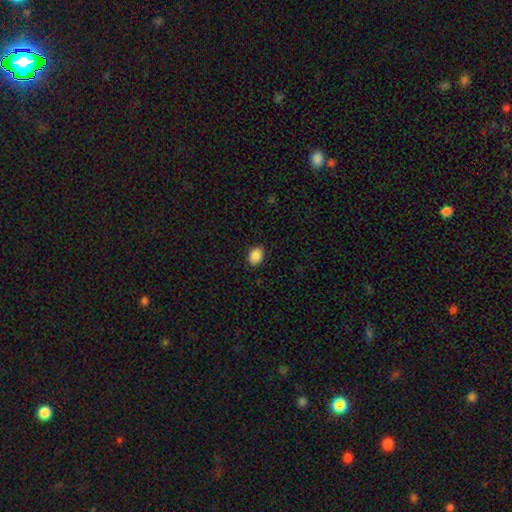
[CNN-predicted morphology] Smooth or featured: smooth — 88% (star or artifact — 8%)
How rounded: in between — 58% (round — 41%)
Merging: none — 88% (minor disturbance — 9%)